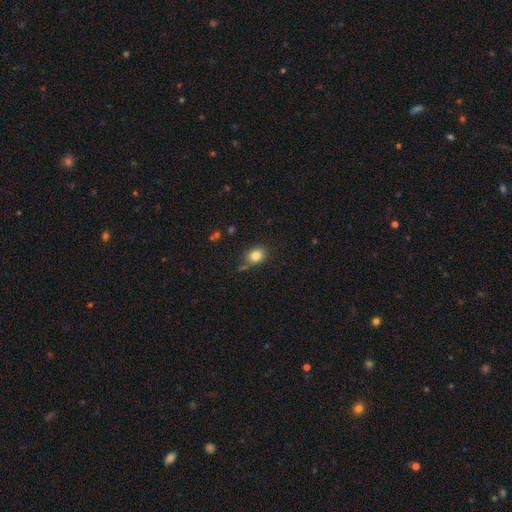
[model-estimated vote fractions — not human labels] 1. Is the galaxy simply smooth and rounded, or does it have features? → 83% smooth, 10% star or artifact, 7% featured or disk.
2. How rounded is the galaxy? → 54% in between, 45% round, 1% cigar-shaped.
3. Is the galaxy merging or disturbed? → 76% none, 15% minor disturbance, 6% merger, 4% major disturbance.